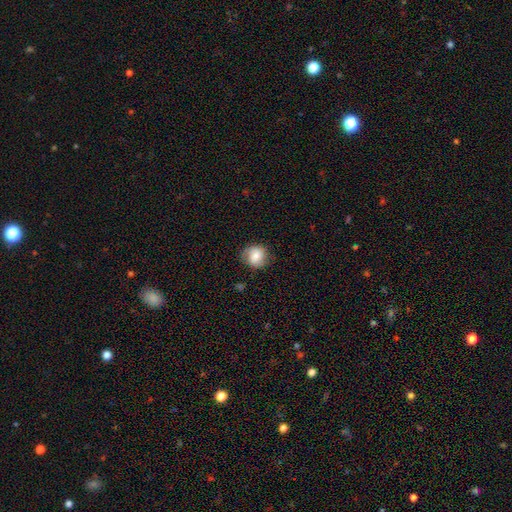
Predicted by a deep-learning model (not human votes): Smooth or featured?
  - smooth: 73% *
  - featured or disk: 19%
  - star or artifact: 8%
How rounded?
  - round: 79% *
  - in between: 20%
  - cigar-shaped: 1%
Merging?
  - none: 74% *
  - minor disturbance: 19%
  - major disturbance: 5%
  - merger: 1%